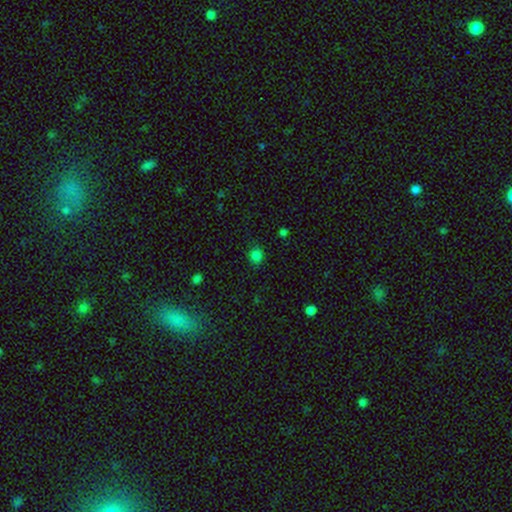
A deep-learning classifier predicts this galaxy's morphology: Overall: smooth (81%). How rounded: round (80%). Merging: none (85%).